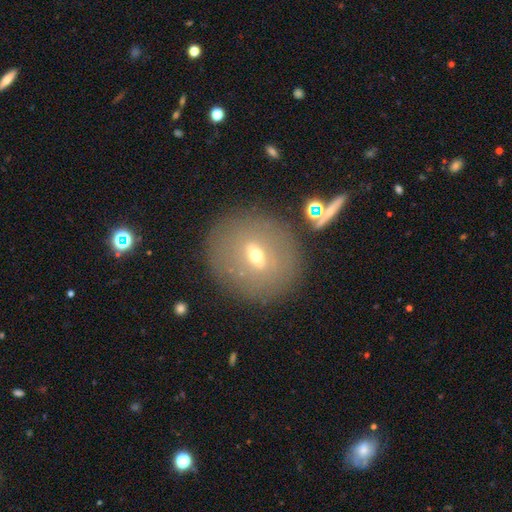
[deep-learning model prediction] smooth-or-featured: smooth: 44% (tied) | featured or disk: 44% (tied) | star or artifact: 12%
  merging: none: 82% | minor disturbance: 10% | major disturbance: 5% | merger: 3%